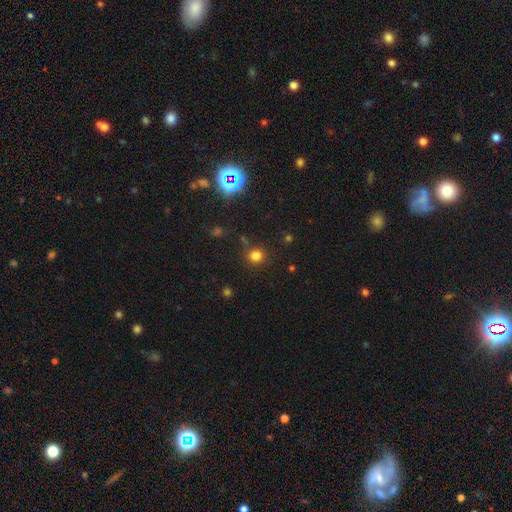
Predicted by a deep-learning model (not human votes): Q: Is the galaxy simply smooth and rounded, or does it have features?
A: smooth — 77%.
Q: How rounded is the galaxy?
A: round — 90%.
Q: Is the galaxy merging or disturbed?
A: none — 82%.